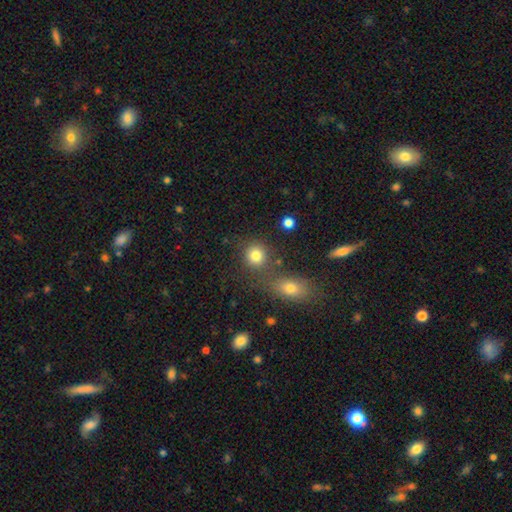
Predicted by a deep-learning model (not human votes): A smooth galaxy with no disk features (81%) that is round (84%). Merging: none (66%).